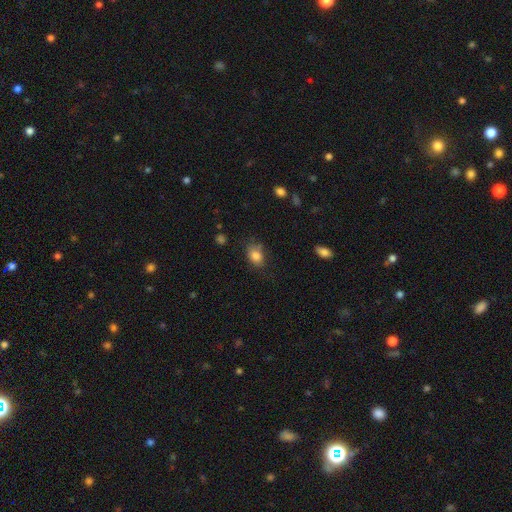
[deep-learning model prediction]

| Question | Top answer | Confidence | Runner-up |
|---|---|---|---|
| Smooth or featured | smooth | 82% | star or artifact (9%) |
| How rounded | in between | 77% | round (22%) |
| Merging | none | 63% | minor disturbance (25%) |